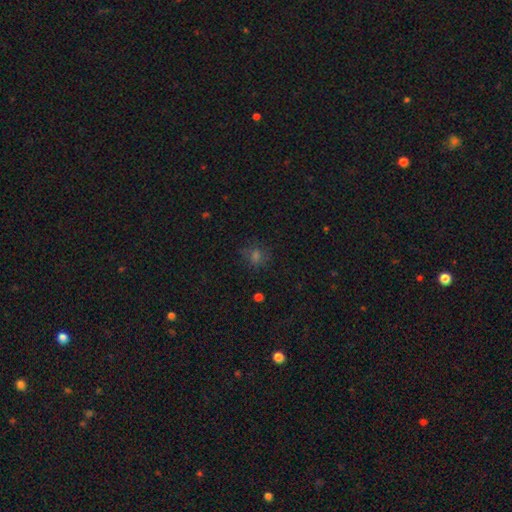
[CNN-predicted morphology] Smooth or featured? smooth (58%)
How rounded? round (76%)
Merging? none (75%)